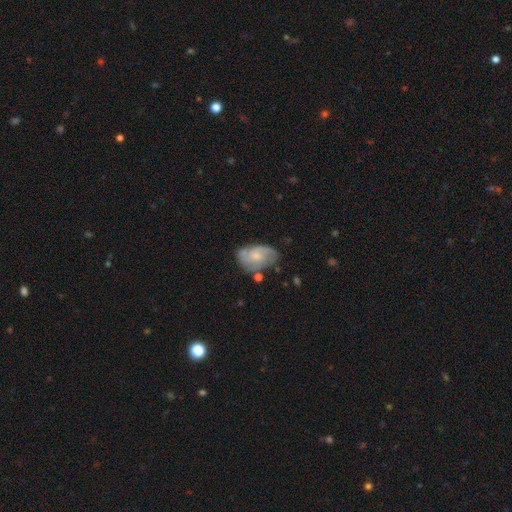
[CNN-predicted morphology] Q: Smooth or featured?
A: featured or disk (57%); runner-up: smooth (36%)
Q: Edge-on disk?
A: no (96%); runner-up: yes (4%)
Q: Bar?
A: no (68%); runner-up: weak (28%)
Q: Spiral arms?
A: yes (79%); runner-up: no (21%)
Q: Bulge size?
A: small (48%); runner-up: moderate (34%)
Q: Merging?
A: none (55%); runner-up: minor disturbance (27%)